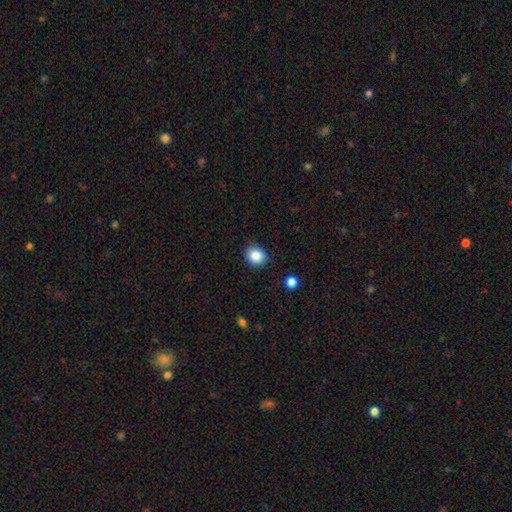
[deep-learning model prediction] smooth_or_featured: smooth (p=0.86) [alt: star or artifact p=0.09]
how_rounded: round (p=0.74) [alt: in between p=0.25]
merging: none (p=0.86) [alt: minor disturbance p=0.10]